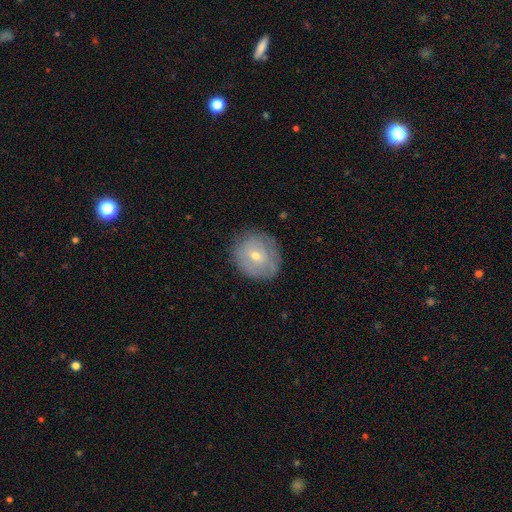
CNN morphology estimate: A smooth galaxy with no disk features (52%) that is round (82%).

Vote fractions:
- Smooth or featured? smooth: 52% / featured or disk: 38% / star or artifact: 10%
- How rounded? round: 82% / in between: 17% / cigar-shaped: 1%
- Merging? none: 79% / minor disturbance: 15% / major disturbance: 4% / merger: 1%